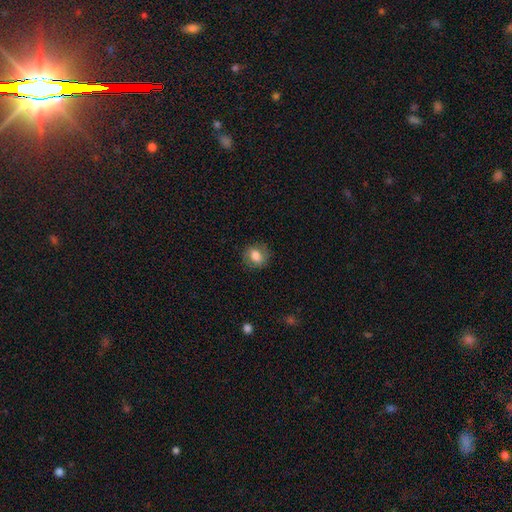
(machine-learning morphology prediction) smooth_or_featured: smooth (p=0.72) [alt: featured or disk p=0.19]
how_rounded: round (p=0.70) [alt: in between p=0.29]
merging: none (p=0.81) [alt: minor disturbance p=0.13]